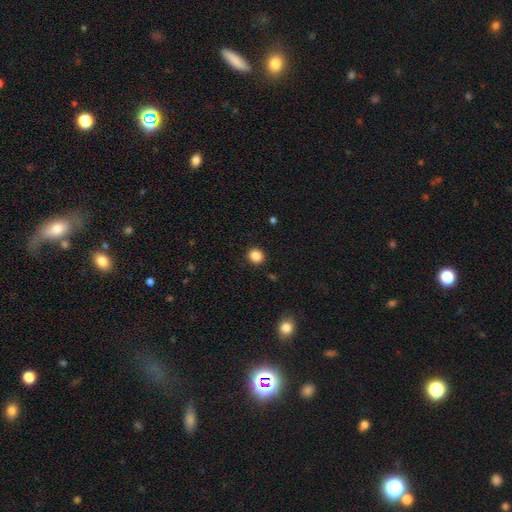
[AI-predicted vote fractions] smooth_or_featured: smooth (p=0.86) [alt: star or artifact p=0.10]
how_rounded: round (p=0.82) [alt: in between p=0.17]
merging: none (p=0.91) [alt: minor disturbance p=0.06]